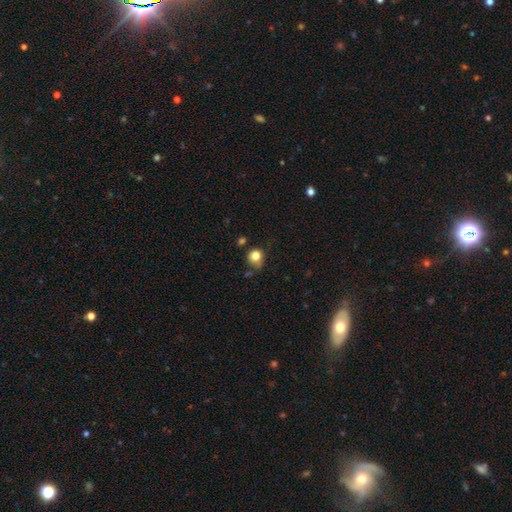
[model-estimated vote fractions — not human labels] Smooth or featured? Predicted: smooth (p=0.81). How rounded? Predicted: round (p=0.83). Merging? Predicted: none (p=0.62).